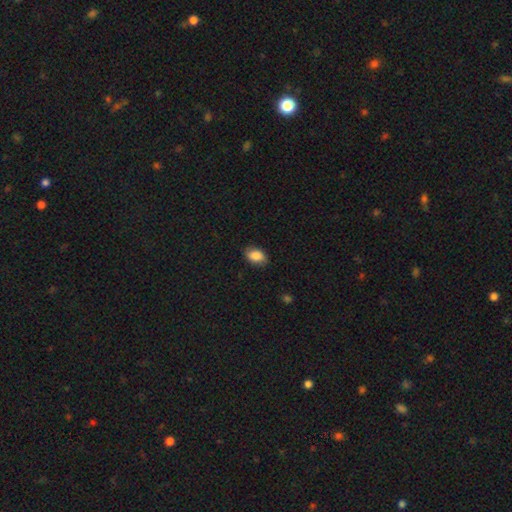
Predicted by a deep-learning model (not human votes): Overall: smooth (85%). How rounded: in between (87%). Merging: none (82%).